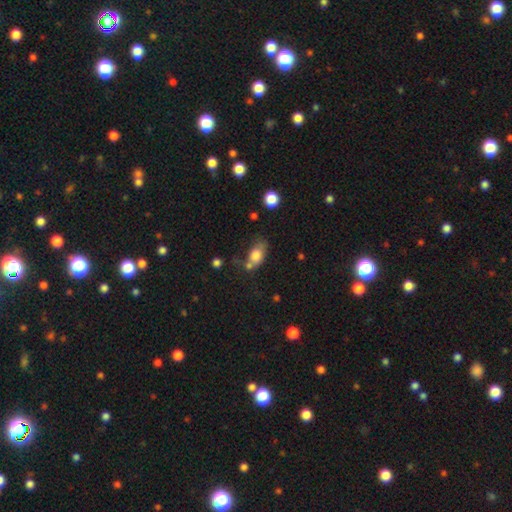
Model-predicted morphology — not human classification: This appears to be a smooth galaxy with no disk features (79%) that is in between round and cigar-shaped (80%). Merging: none (42%).